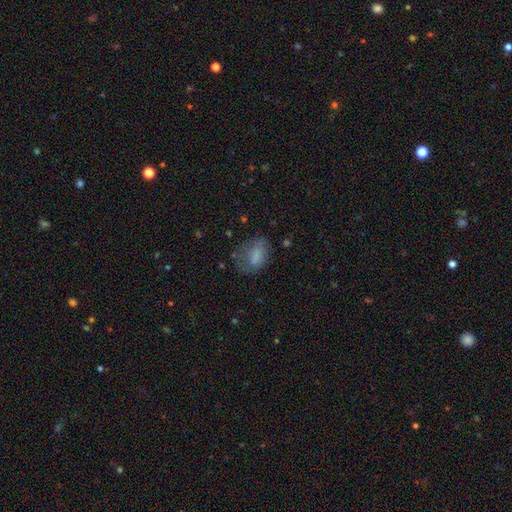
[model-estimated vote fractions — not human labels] Smooth or featured?
  - smooth: 72% *
  - featured or disk: 18%
  - star or artifact: 10%
How rounded?
  - in between: 77% *
  - round: 21%
  - cigar-shaped: 2%
Merging?
  - none: 49% *
  - minor disturbance: 28%
  - major disturbance: 21%
  - merger: 2%